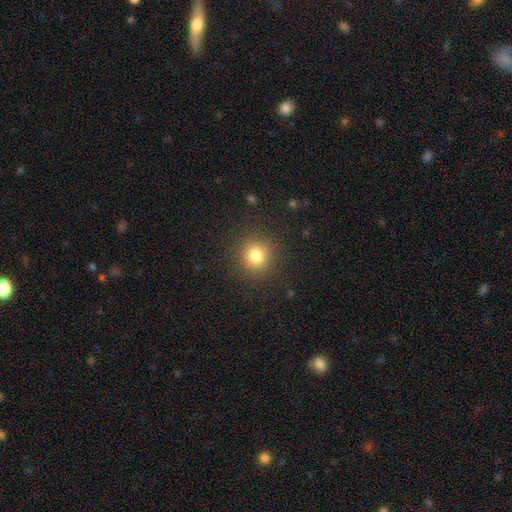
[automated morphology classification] Smooth or featured? Predicted: smooth (p=0.80). How rounded? Predicted: round (p=0.89). Merging? Predicted: none (p=0.89).